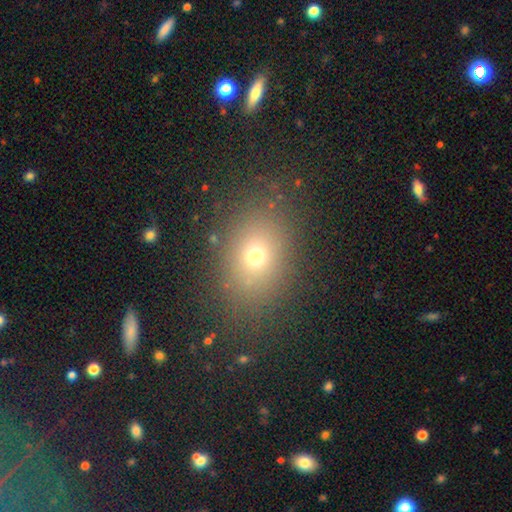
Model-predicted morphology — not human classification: This is likely a smooth galaxy (68%). How rounded: likely in between (61%). Merging: clearly none (85%).